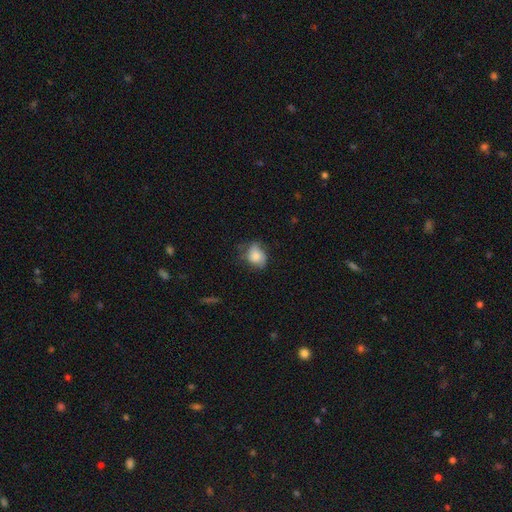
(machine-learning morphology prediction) smooth-or-featured: smooth: 75% | featured or disk: 17% | star or artifact: 8%
  how-rounded: in between: 56% | round: 43% | cigar-shaped: 1%
  merging: none: 51% | minor disturbance: 34% | major disturbance: 13% | merger: 2%